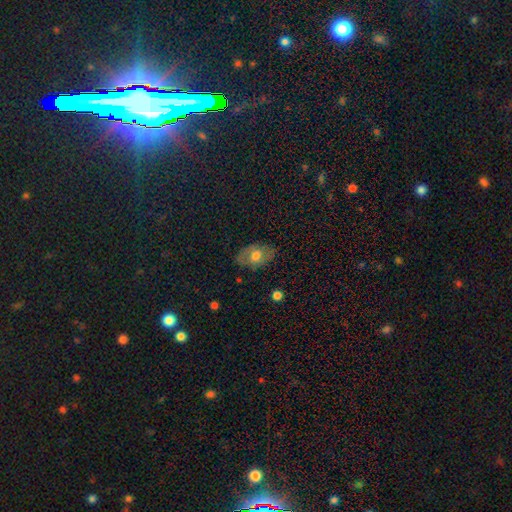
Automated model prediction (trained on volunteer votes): Smooth or featured: smooth — 53% (featured or disk — 39%)
How rounded: in between — 84% (round — 14%)
Merging: none — 76% (minor disturbance — 18%)